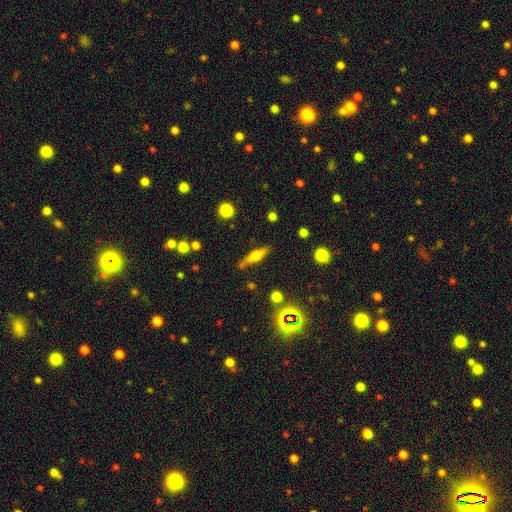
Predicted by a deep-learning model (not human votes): Smooth or featured? Predicted: featured or disk (p=0.53). Edge-on disk? Predicted: yes (p=0.92). Merging? Predicted: none (p=0.79).